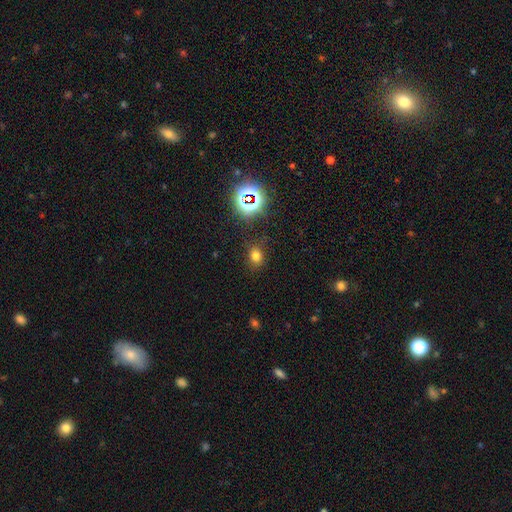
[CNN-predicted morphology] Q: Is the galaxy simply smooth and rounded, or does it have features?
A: smooth — 69%.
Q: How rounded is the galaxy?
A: round — 52%.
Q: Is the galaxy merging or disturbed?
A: none — 79%.